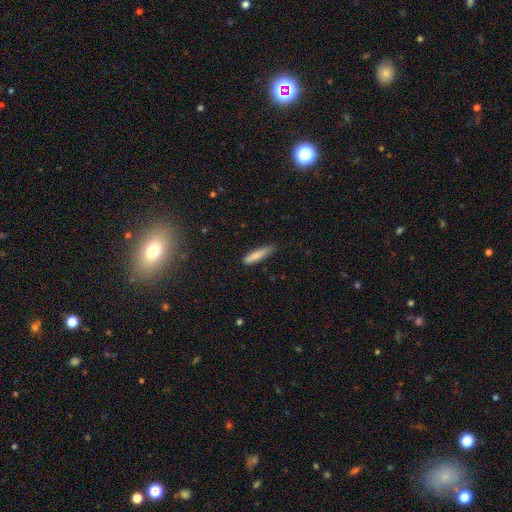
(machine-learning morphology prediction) Smooth or featured? Predicted: smooth (p=0.82). How rounded? Predicted: cigar-shaped (p=0.84). Merging? Predicted: none (p=0.75).